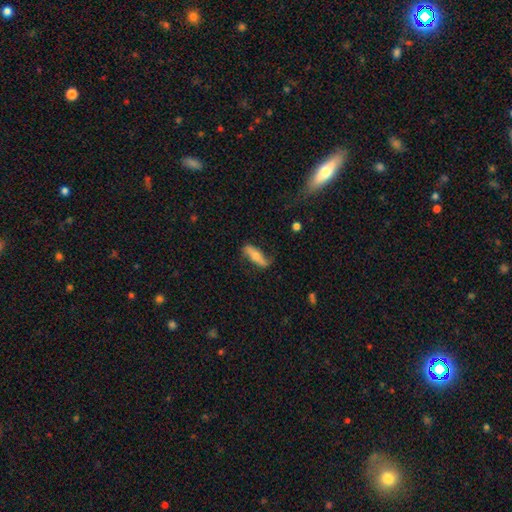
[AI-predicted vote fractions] Smooth or featured?
  - smooth: 49% *
  - featured or disk: 44%
  - star or artifact: 7%
Merging?
  - none: 67% *
  - minor disturbance: 24%
  - major disturbance: 7%
  - merger: 2%